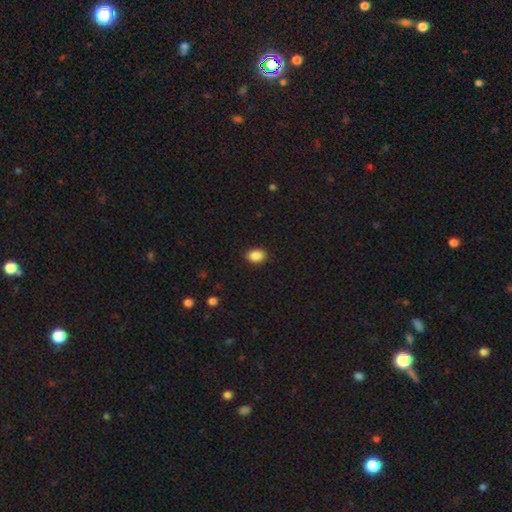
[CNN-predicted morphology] smooth-or-featured: smooth: 88% | star or artifact: 9% | featured or disk: 3%
  how-rounded: in between: 70% | round: 29% | cigar-shaped: 1%
  merging: none: 87% | minor disturbance: 10% | major disturbance: 2% | merger: 1%